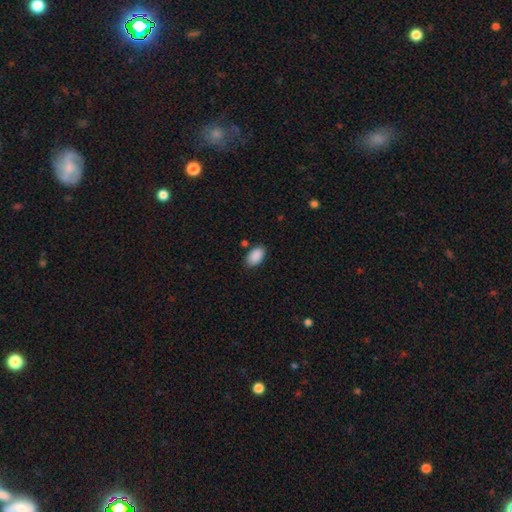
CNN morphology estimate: smooth 90%, star or artifact 7%, featured or disk 3%. Down the decision tree: how rounded — in between (93%); merging — none (83%).